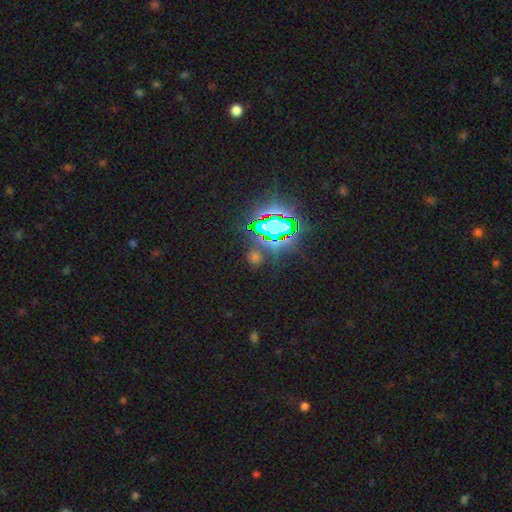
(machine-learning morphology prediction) A star or artifact, not a galaxy (73%).

Vote fractions:
- Smooth or featured? star or artifact: 73% / smooth: 19% / featured or disk: 8%